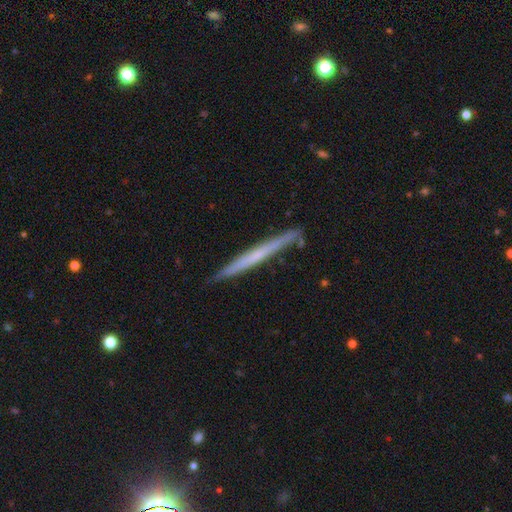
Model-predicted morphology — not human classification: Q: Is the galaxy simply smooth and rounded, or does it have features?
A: featured or disk — 54%.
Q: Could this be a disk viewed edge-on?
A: yes — 96%.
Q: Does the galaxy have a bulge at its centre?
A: none — 82%.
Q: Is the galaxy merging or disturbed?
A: none — 86%.